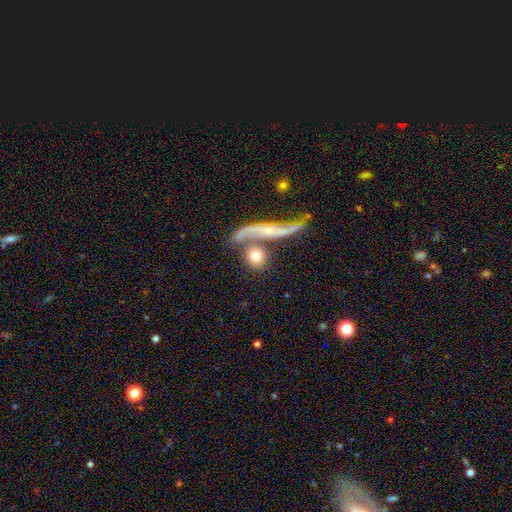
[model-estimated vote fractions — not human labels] Smooth or featured? Predicted: smooth (p=0.68). How rounded? Predicted: round (p=0.76). Merging? Predicted: none (p=0.52).